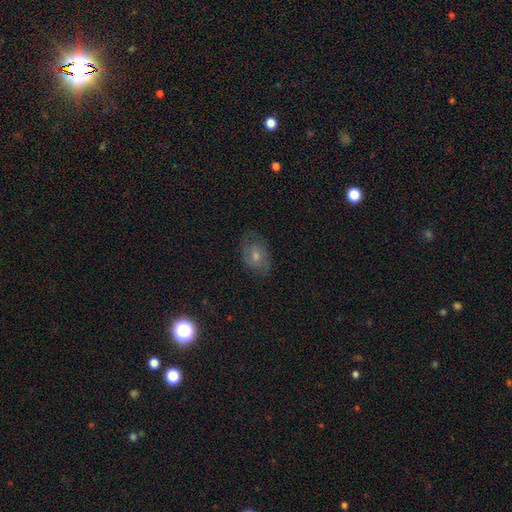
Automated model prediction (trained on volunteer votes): A featured or disk galaxy (62%) with no bar (62%), 2 (60%) tight (47%) spiral arms (87%) and a moderate central bulge (47%).

Vote fractions:
- Smooth or featured? featured or disk: 62% / smooth: 21% / star or artifact: 17%
- Edge-on disk? no: 96% / yes: 4%
- Bar? no: 62% / weak: 32% / strong: 6%
- Spiral arms? yes: 87% / no: 13%
- Spiral winding? tight: 47% / medium: 41% / loose: 12%
- Spiral arm count? 2: 60% / can't tell: 26% / 3: 6% / 1: 4% / 4: 3% / more than 4: 2%
- Bulge size? moderate: 47% / small: 46% / large: 3% / none: 3% / dominant: 1%
- Merging? none: 77% / minor disturbance: 15% / major disturbance: 6% / merger: 1%